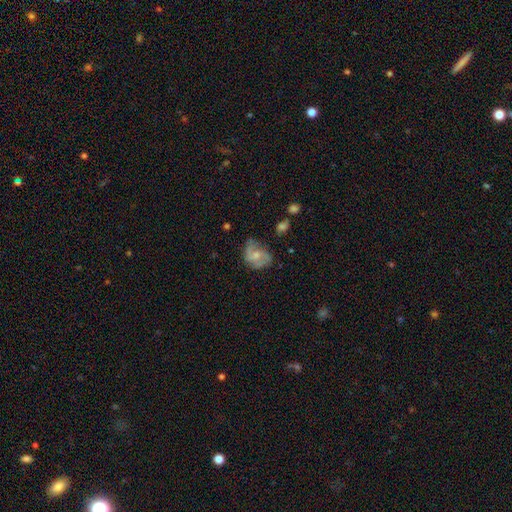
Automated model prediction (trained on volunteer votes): Smooth or featured: featured or disk — 61% (smooth — 31%)
Edge-on disk: no — 97% (yes — 3%)
Bar: no — 58% (weak — 36%)
Spiral arms: yes — 83% (no — 17%)
Bulge size: moderate — 44% (small — 42%)
Merging: none — 55% (minor disturbance — 28%)